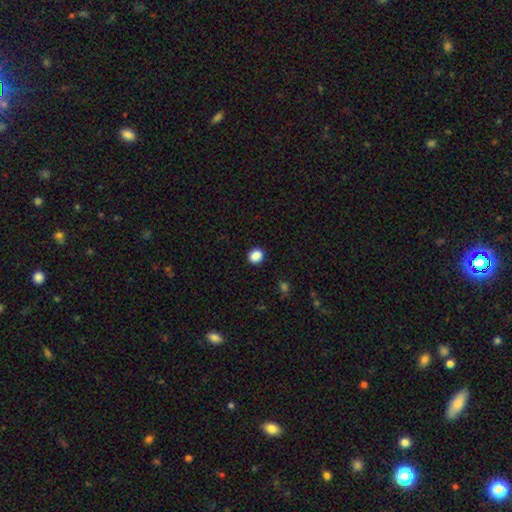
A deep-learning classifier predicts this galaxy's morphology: The model was most divided on "how rounded": round: 75%, in between: 24%, cigar-shaped: 1%. More confident: merging — none (90%); smooth or featured — smooth (88%).